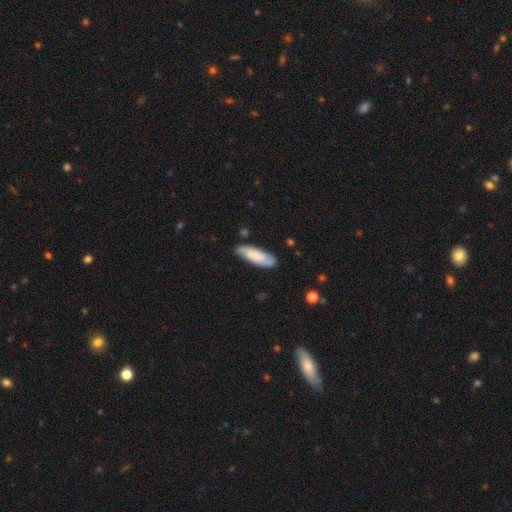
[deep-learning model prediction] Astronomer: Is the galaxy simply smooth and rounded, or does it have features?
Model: smooth — 58% (runner-up: featured or disk, 36%).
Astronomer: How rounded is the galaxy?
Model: in between — 52% (runner-up: cigar-shaped, 47%).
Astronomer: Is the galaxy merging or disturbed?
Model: none — 77%.